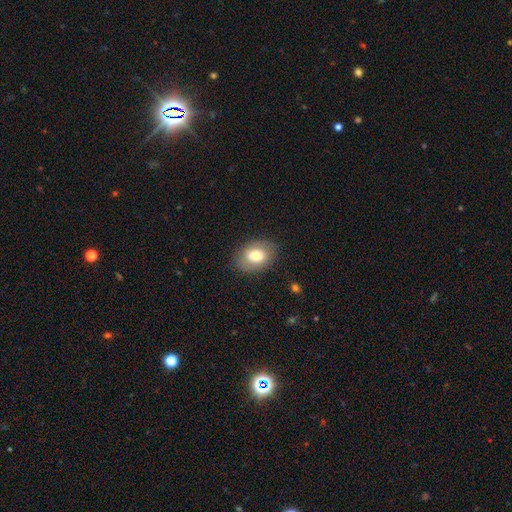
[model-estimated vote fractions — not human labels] Smooth or featured: smooth — 75% (featured or disk — 18%)
How rounded: in between — 78% (round — 21%)
Merging: none — 82% (minor disturbance — 13%)